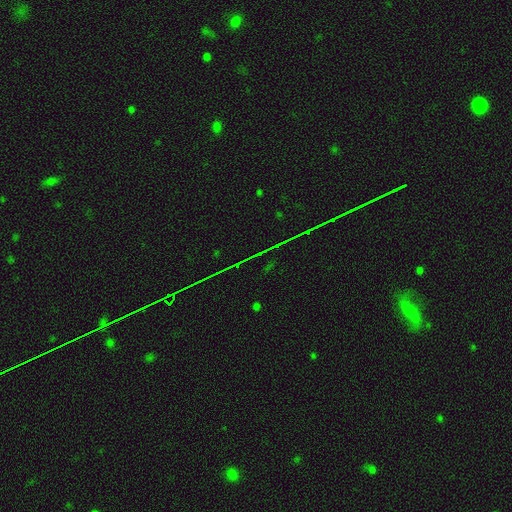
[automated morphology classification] This appears to be a star or artifact, not a galaxy (81%).